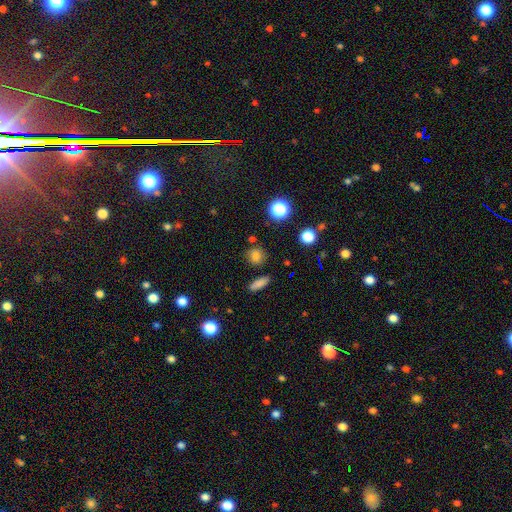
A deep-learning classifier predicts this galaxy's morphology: This appears to be a smooth galaxy with no disk features (74%) that is round (83%). Merging: none (81%).